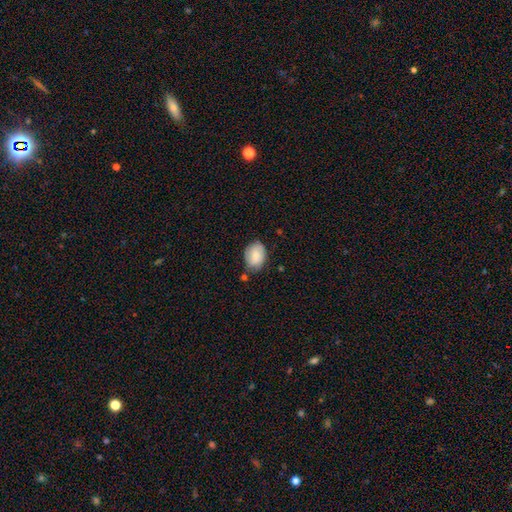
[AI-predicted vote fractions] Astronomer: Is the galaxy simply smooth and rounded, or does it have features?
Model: smooth — 78%.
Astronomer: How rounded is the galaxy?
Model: in between — 69%.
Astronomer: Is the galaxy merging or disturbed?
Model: none — 71%.